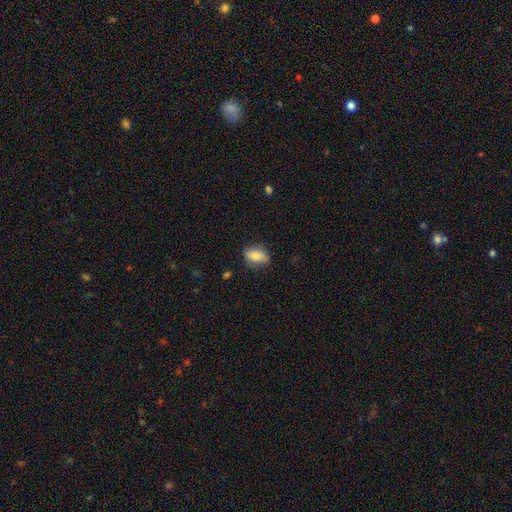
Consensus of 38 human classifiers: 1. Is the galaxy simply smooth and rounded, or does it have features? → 76% smooth, 18% featured or disk, 5% star or artifact.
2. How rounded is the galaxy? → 72% in between, 28% round, 0% cigar-shaped.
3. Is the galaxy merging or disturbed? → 61% none, 28% minor disturbance, 6% major disturbance, 6% merger.